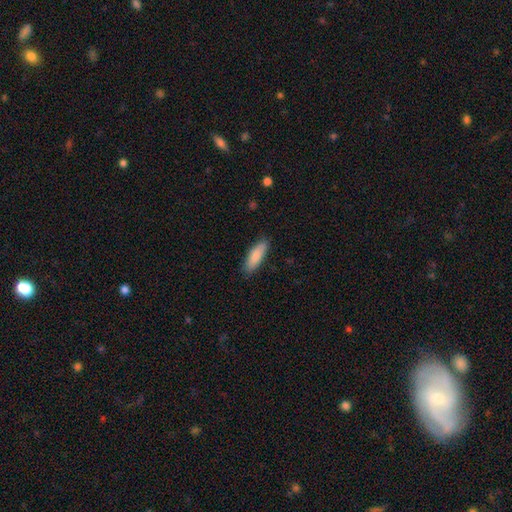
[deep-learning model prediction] This appears to be a smooth galaxy with no disk features (86%) that is in between round and cigar-shaped (51%). Merging: none (86%).